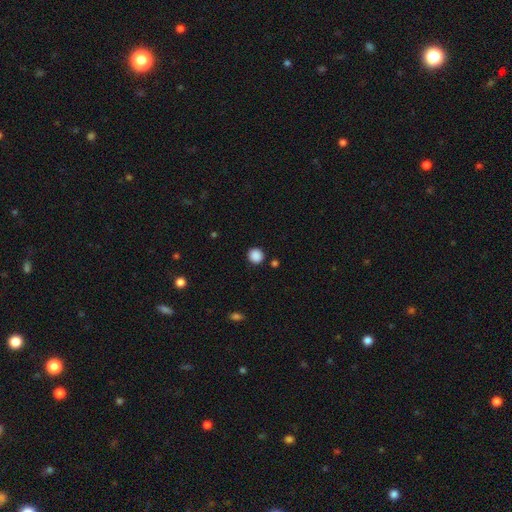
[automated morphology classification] This is clearly a smooth galaxy (87%). How rounded: clearly round (90%). Merging: clearly none (89%).